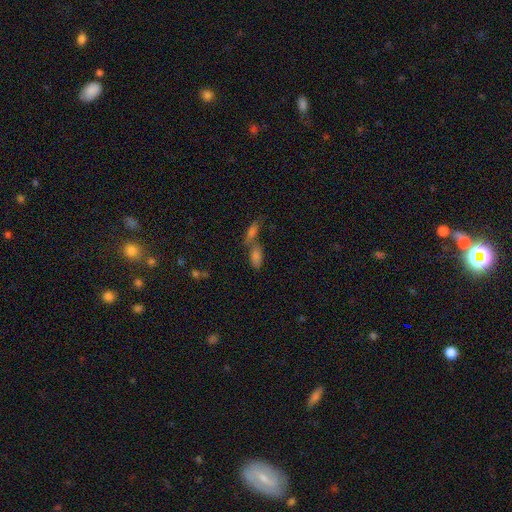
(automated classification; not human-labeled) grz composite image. It shows a smooth galaxy with no disk features (69%) that is in between round and cigar-shaped (79%). Merging: merger (55%).